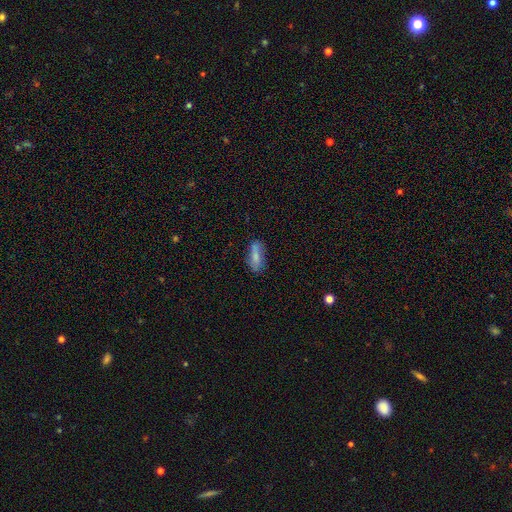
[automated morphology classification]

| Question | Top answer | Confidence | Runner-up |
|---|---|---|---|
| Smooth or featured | smooth | 75% | featured or disk (17%) |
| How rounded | in between | 73% | cigar-shaped (24%) |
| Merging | none | 66% | minor disturbance (23%) |